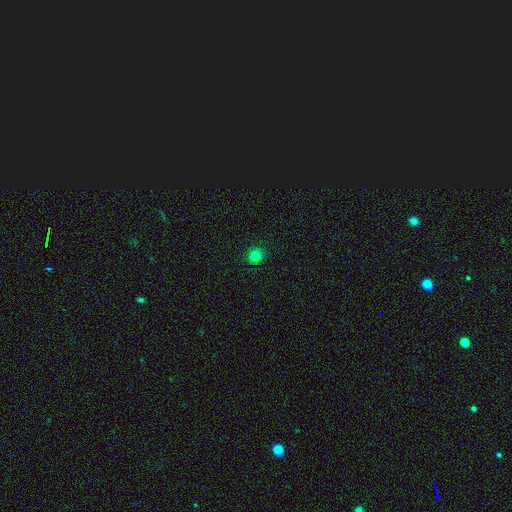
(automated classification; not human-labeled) Smooth or featured? Predicted: smooth (p=0.80). How rounded? Predicted: round (p=0.88). Merging? Predicted: none (p=0.86).